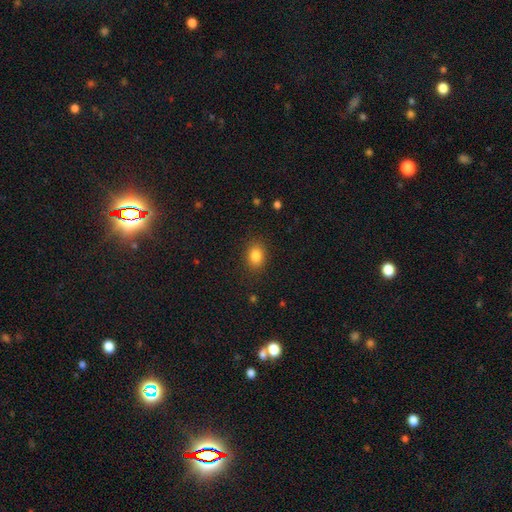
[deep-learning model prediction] Smooth or featured: smooth — 84% (star or artifact — 10%)
How rounded: in between — 65% (round — 34%)
Merging: none — 87% (minor disturbance — 9%)